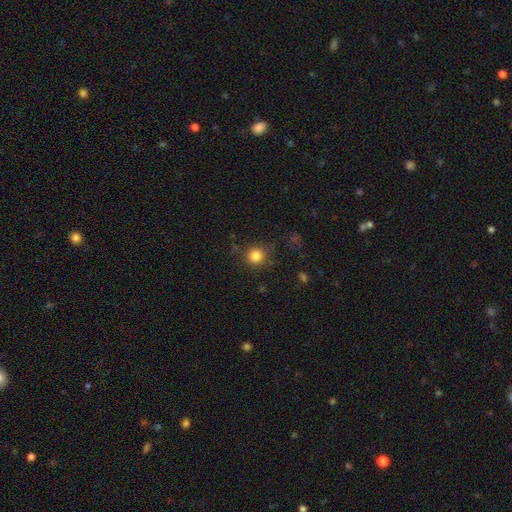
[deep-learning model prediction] Smooth or featured?
  - smooth: 83% *
  - star or artifact: 12%
  - featured or disk: 5%
How rounded?
  - round: 92% *
  - in between: 7%
  - cigar-shaped: 1%
Merging?
  - none: 83% *
  - minor disturbance: 11%
  - major disturbance: 4%
  - merger: 2%